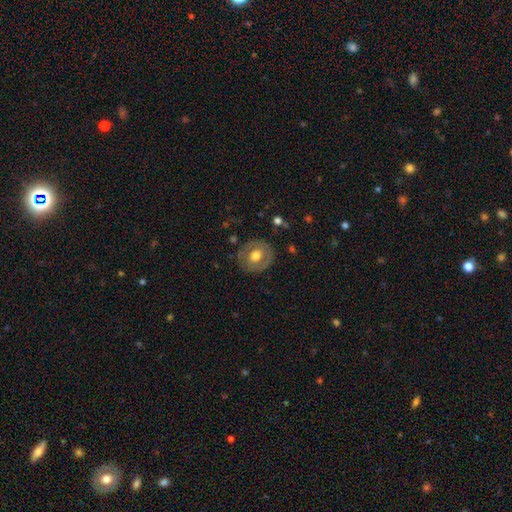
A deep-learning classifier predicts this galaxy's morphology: smooth 54%, featured or disk 39%, star or artifact 7%. Down the decision tree: how rounded — round (79%); merging — none (83%).